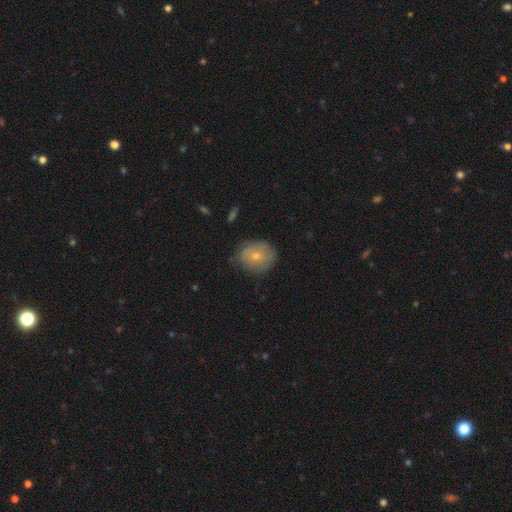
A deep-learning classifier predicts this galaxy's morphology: smooth_or_featured: smooth (p=0.61) [alt: featured or disk p=0.32]
how_rounded: round (p=0.62) [alt: in between p=0.36]
merging: none (p=0.68) [alt: minor disturbance p=0.25]